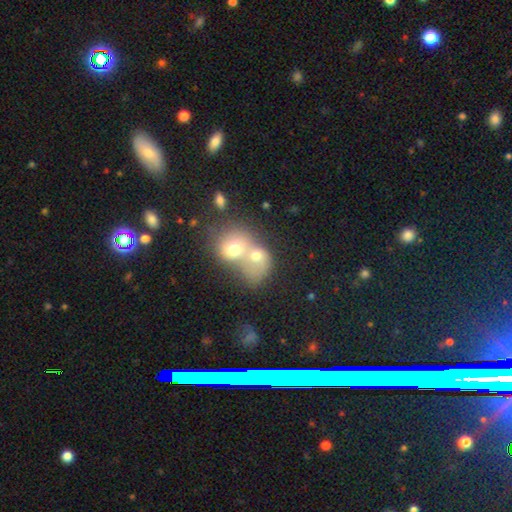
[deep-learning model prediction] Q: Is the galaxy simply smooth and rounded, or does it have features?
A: smooth — 65%.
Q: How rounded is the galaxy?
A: round — 61%.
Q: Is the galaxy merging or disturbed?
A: merger — 77%.